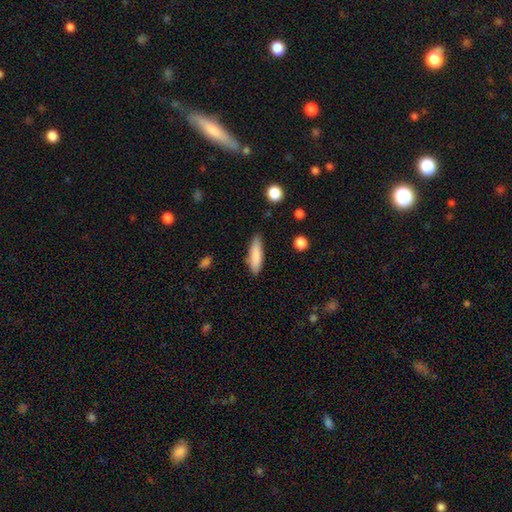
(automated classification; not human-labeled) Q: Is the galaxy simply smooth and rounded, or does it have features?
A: smooth — 83%.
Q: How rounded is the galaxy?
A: cigar-shaped — 65%.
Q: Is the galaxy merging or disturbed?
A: none — 83%.